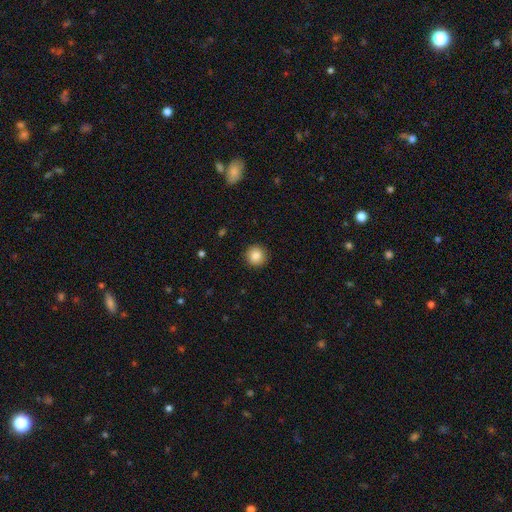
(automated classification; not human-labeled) This appears to be a smooth galaxy with no disk features (87%) that is round (94%). Merging: none (91%).